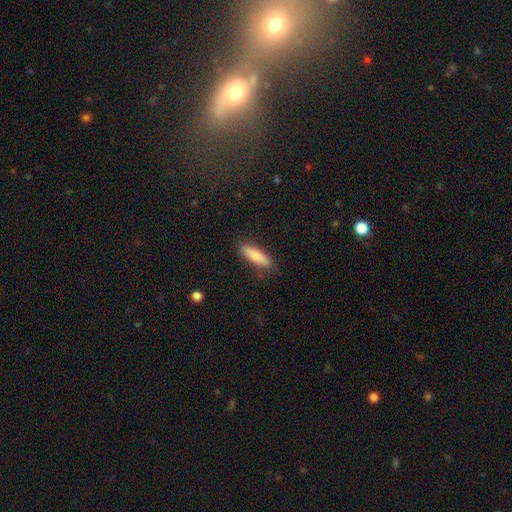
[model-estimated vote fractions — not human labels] Smooth or featured?
  - smooth: 85% *
  - featured or disk: 9%
  - star or artifact: 6%
How rounded?
  - cigar-shaped: 61% *
  - in between: 37%
  - round: 2%
Merging?
  - none: 87% *
  - minor disturbance: 9%
  - major disturbance: 2%
  - merger: 1%